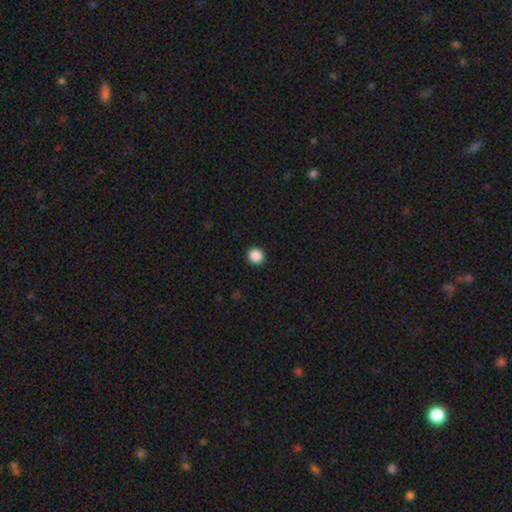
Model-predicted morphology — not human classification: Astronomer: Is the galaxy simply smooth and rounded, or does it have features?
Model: smooth — 88%.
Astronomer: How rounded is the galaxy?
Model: round — 92%.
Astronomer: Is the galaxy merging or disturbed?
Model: none — 93%.